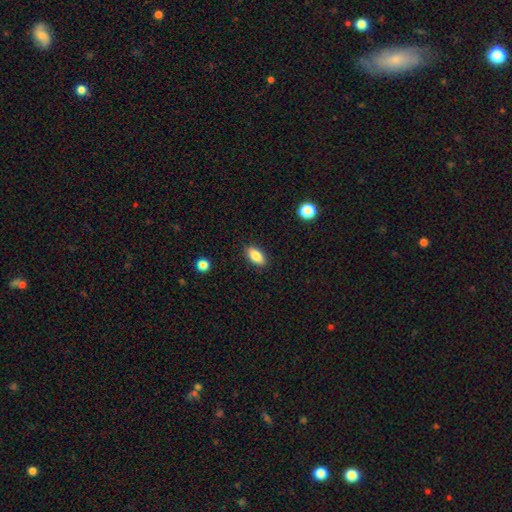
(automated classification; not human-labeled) This appears to be a smooth galaxy with no disk features (85%) that is in between round and cigar-shaped (88%). Merging: none (88%).